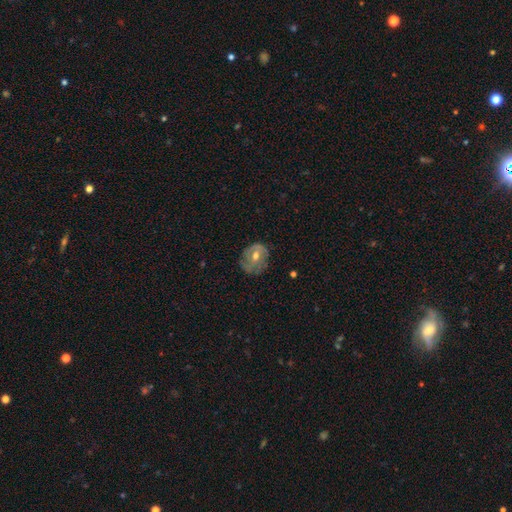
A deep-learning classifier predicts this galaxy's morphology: Smooth or featured? featured or disk (67%)
Edge-on disk? no (97%)
Bar? no (59%)
Spiral arms? yes (76%)
Bulge size? moderate (73%)
Merging? none (68%)